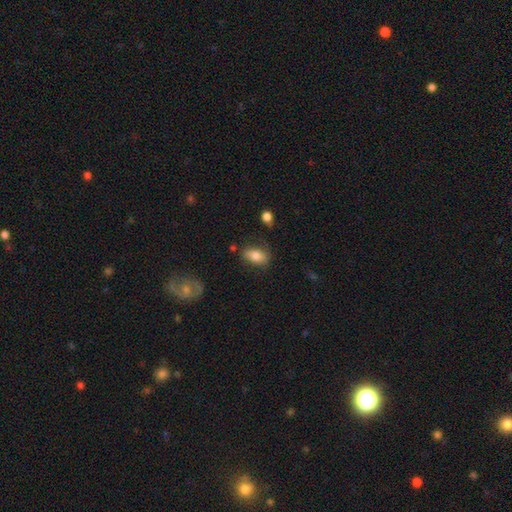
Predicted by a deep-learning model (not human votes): smooth-or-featured: smooth: 76% | featured or disk: 16% | star or artifact: 8%
  how-rounded: in between: 87% | round: 9% | cigar-shaped: 4%
  merging: none: 63% | minor disturbance: 24% | major disturbance: 9% | merger: 4%